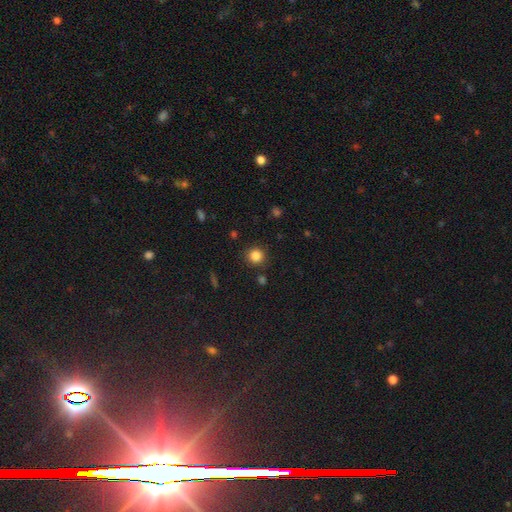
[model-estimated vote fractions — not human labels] Smooth or featured?
  - smooth: 84% *
  - star or artifact: 12%
  - featured or disk: 4%
How rounded?
  - round: 91% *
  - in between: 8%
  - cigar-shaped: 1%
Merging?
  - none: 86% *
  - minor disturbance: 8%
  - merger: 3%
  - major disturbance: 3%